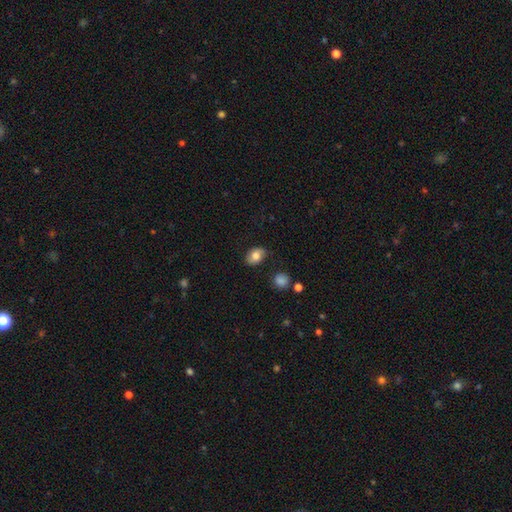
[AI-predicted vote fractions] A smooth galaxy with no disk features (78%) that is in between round and cigar-shaped (75%). Merging: none (79%).